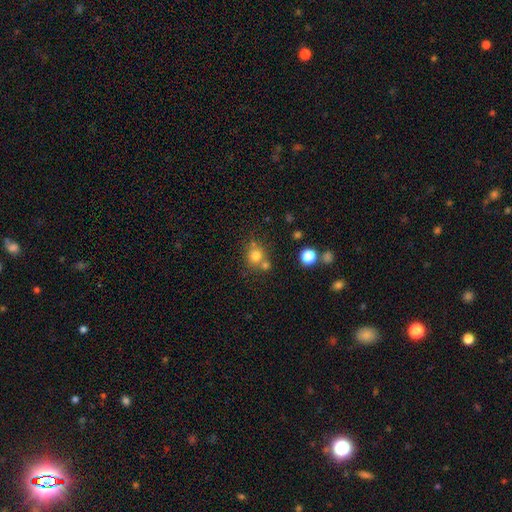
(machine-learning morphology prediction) A smooth galaxy with no disk features (77%) that is round (84%). Merging: none (61%).